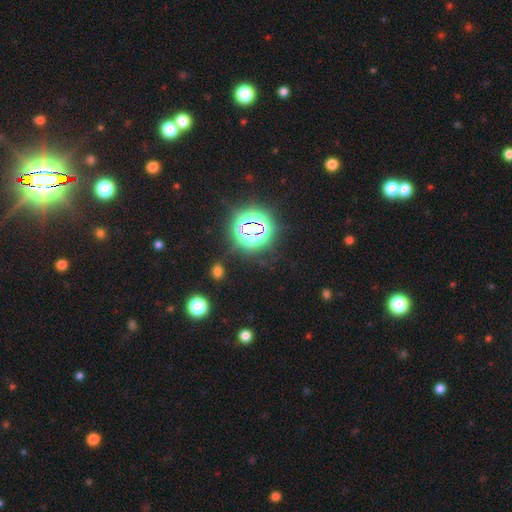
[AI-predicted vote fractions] Overall: star or artifact (83%).